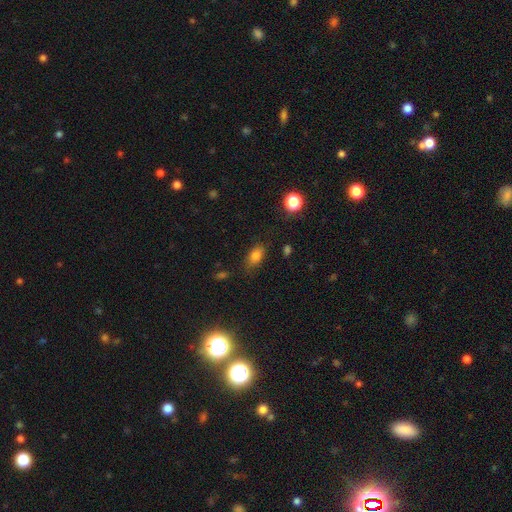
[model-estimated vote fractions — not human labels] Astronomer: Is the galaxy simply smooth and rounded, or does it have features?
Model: smooth — 80%.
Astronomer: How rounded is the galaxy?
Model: in between — 85%.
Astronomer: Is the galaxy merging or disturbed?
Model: none — 78%.